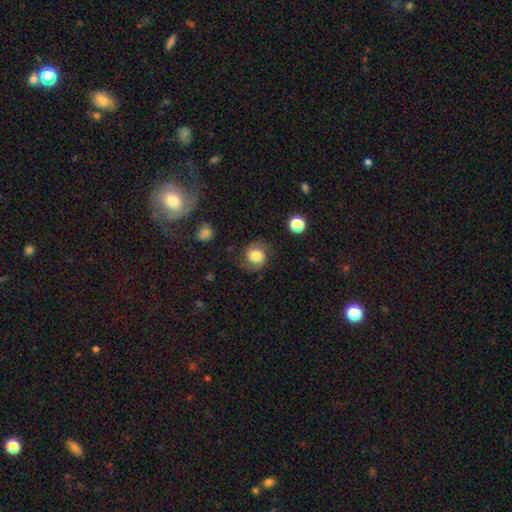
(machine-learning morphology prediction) Q: Smooth or featured?
A: smooth (55%); runner-up: featured or disk (35%)
Q: How rounded?
A: round (80%); runner-up: in between (19%)
Q: Merging?
A: none (74%); runner-up: minor disturbance (17%)